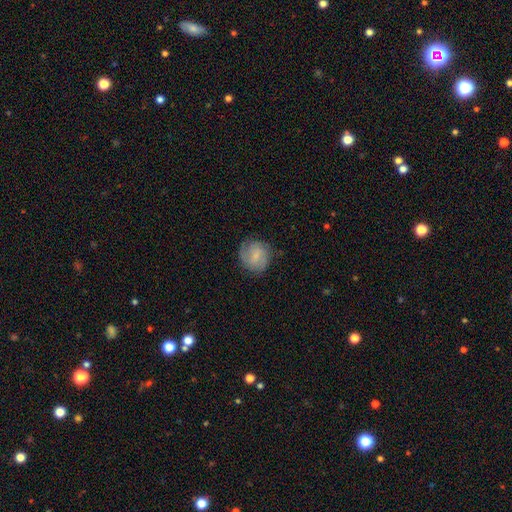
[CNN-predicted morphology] Smooth or featured?
  - smooth: 52% *
  - featured or disk: 41%
  - star or artifact: 7%
How rounded?
  - round: 76% *
  - in between: 23%
  - cigar-shaped: 1%
Merging?
  - none: 72% *
  - minor disturbance: 19%
  - major disturbance: 8%
  - merger: 1%